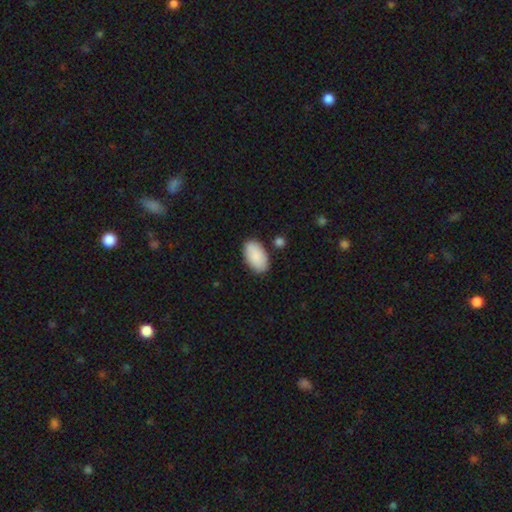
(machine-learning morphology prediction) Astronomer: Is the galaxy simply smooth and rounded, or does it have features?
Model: smooth — 89%.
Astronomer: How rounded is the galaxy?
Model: in between — 95%.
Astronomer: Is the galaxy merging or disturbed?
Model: none — 83%.